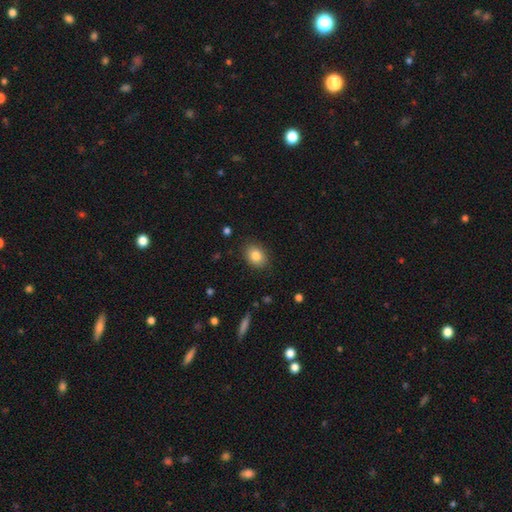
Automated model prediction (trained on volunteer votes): A smooth galaxy with no disk features (84%) that is in between round and cigar-shaped (64%). Merging: none (86%).